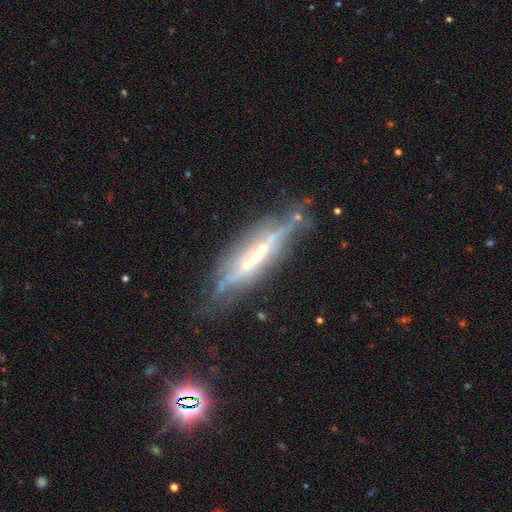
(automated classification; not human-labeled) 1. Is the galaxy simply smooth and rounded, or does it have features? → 79% featured or disk, 14% smooth, 7% star or artifact.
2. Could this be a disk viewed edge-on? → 81% yes, 19% no.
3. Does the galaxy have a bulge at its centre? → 53% rounded, 31% none, 17% boxy.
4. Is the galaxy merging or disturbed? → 60% none, 24% minor disturbance, 12% major disturbance, 3% merger.